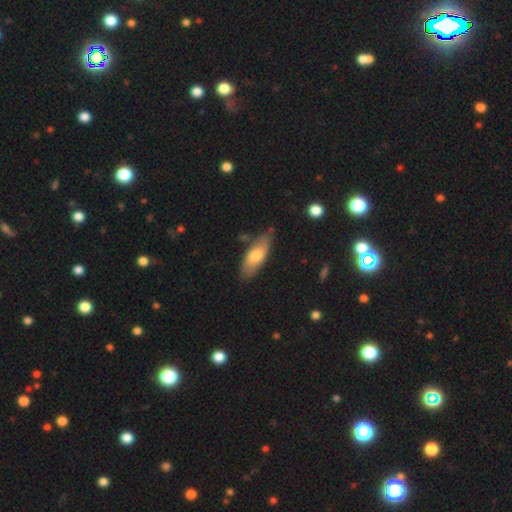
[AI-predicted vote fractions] This is likely a smooth galaxy (67%). How rounded: likely in between (73%). Merging: likely none (73%).